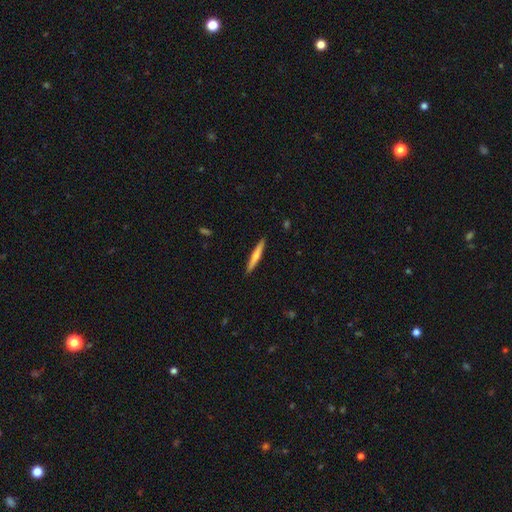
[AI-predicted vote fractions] Smooth or featured?
  - smooth: 50% *
  - featured or disk: 44%
  - star or artifact: 5%
How rounded?
  - cigar-shaped: 94% *
  - in between: 4%
  - round: 1%
Merging?
  - none: 91% *
  - minor disturbance: 7%
  - major disturbance: 1%
  - merger: 1%